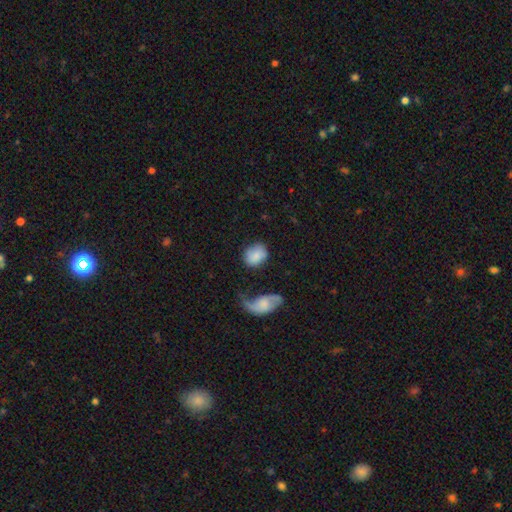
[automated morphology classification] This appears to be a smooth galaxy with no disk features (78%) that is in between round and cigar-shaped (55%). Merging: none (61%).